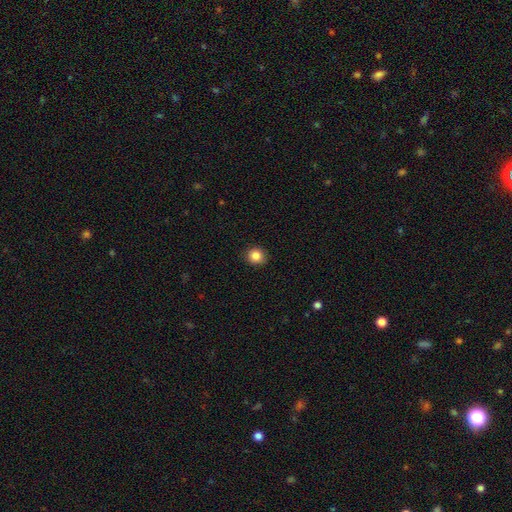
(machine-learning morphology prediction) type=smooth (85%); roundness=round (88%); merging=none (90%).